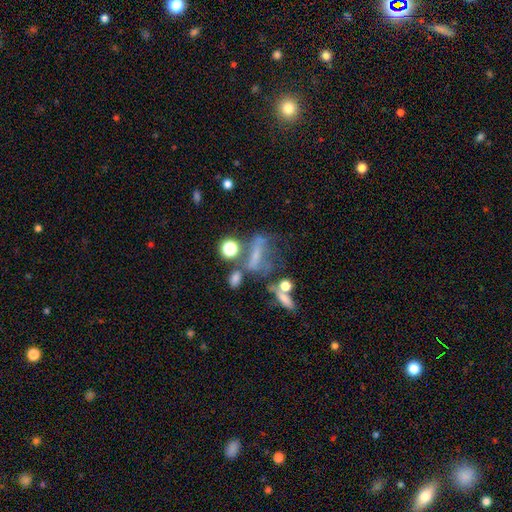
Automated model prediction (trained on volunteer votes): This appears to be a featured or disk galaxy (41%). Merging: none (31%).